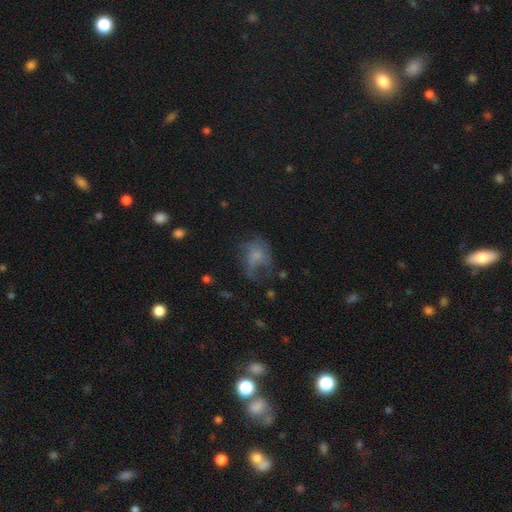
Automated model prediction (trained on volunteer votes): Morphology: type=smooth (49%); merging=major disturbance (45%).